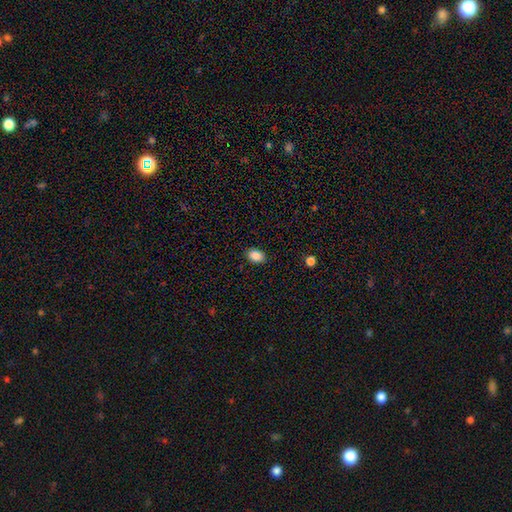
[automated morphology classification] This is clearly a smooth galaxy (88%). How rounded: clearly in between (85%). Merging: clearly none (88%).